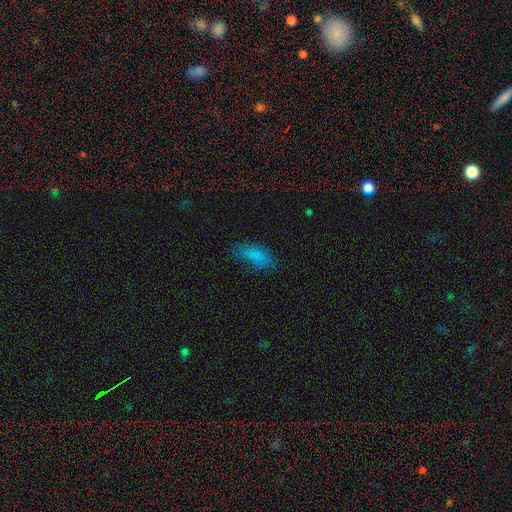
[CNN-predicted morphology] Smooth or featured? smooth (78%)
How rounded? in between (80%)
Merging? none (53%)